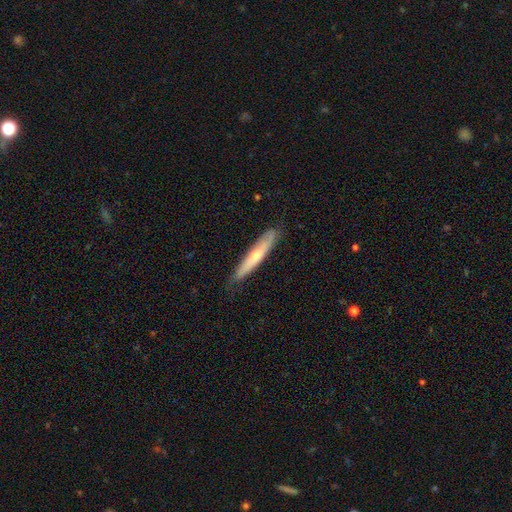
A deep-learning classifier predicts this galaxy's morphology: Smooth or featured?
  - smooth: 54% *
  - featured or disk: 40%
  - star or artifact: 6%
How rounded?
  - cigar-shaped: 91% *
  - in between: 7%
  - round: 1%
Merging?
  - none: 78% *
  - minor disturbance: 18%
  - major disturbance: 3%
  - merger: 1%